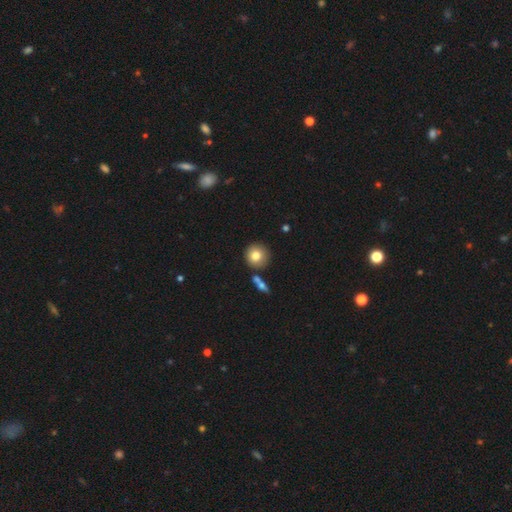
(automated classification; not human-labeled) smooth 78%, featured or disk 12%, star or artifact 10%. Down the decision tree: how rounded — round (93%); merging — none (79%).